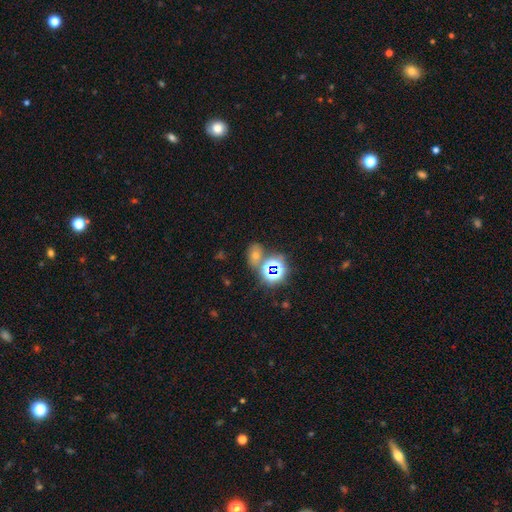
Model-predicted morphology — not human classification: Overall: star or artifact (55%; smooth 31%).